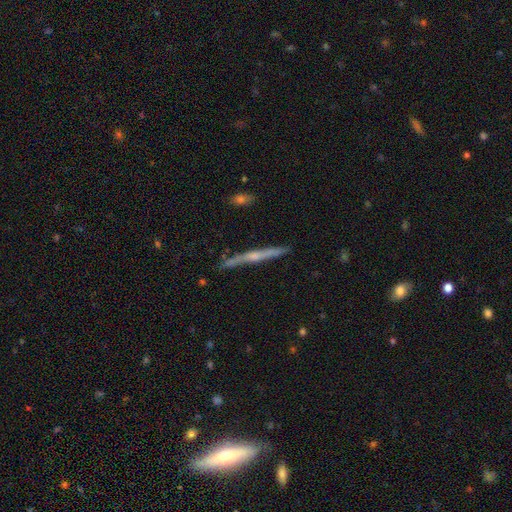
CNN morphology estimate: type=featured or disk (72%); edge-on=yes (97%); edge-on bulge=rounded (63%); merging=none (86%).